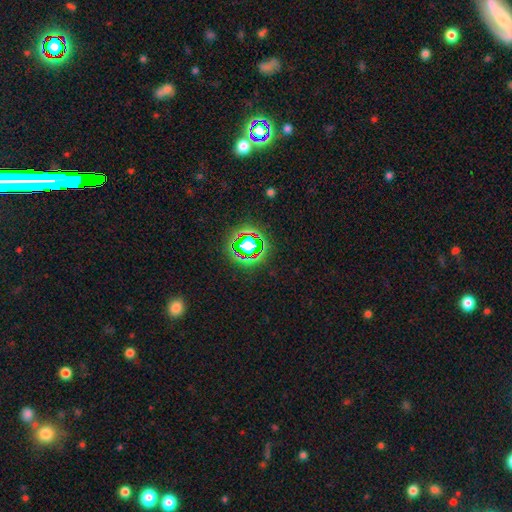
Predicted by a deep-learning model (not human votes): Smooth or featured? Predicted: star or artifact (p=0.72).